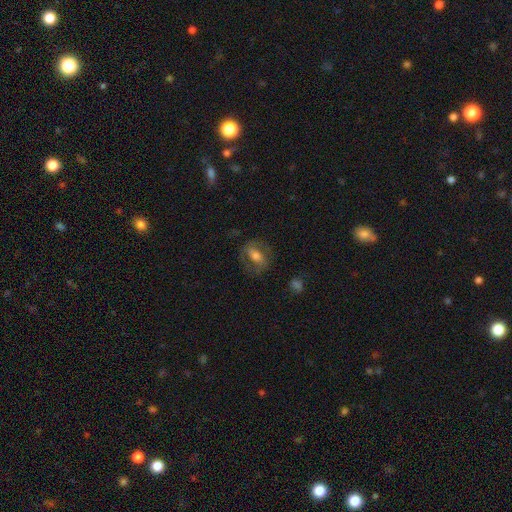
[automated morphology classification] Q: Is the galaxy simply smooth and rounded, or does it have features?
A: featured or disk — 47%.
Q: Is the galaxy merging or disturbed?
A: none — 70%.